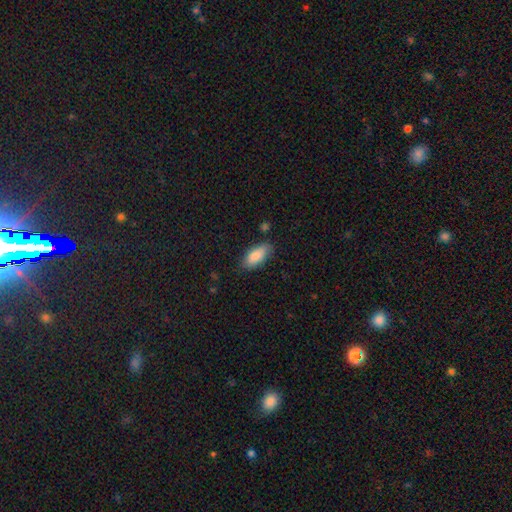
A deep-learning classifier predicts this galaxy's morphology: This appears to be a smooth galaxy with no disk features (87%) that is in between round and cigar-shaped (86%). Merging: none (79%).